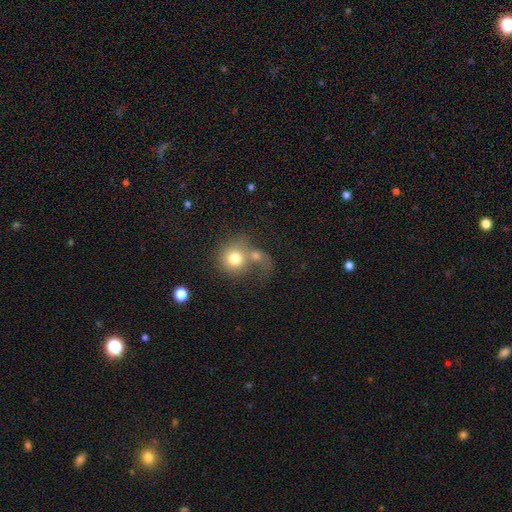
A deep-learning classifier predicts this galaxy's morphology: This is likely a smooth galaxy (67%). How rounded: clearly round (81%). Merging: possibly merger (52%).